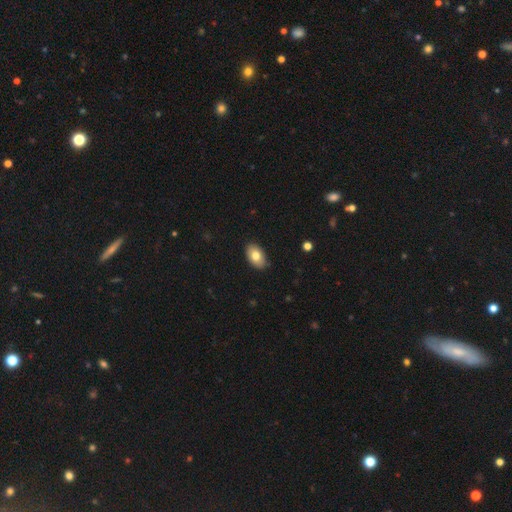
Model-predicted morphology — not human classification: Smooth or featured? smooth (78%)
How rounded? in between (92%)
Merging? none (87%)